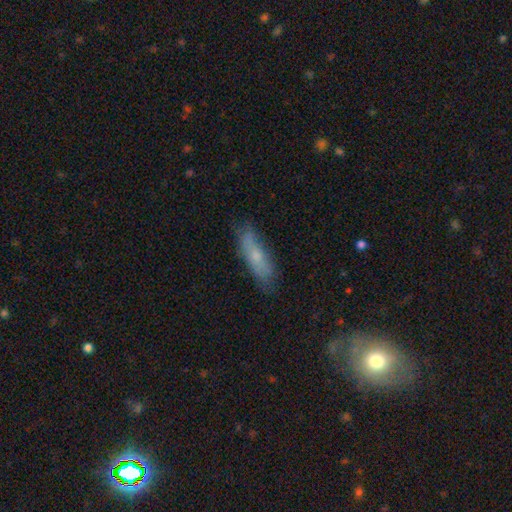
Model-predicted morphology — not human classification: A smooth galaxy with no disk features (62%) that is cigar-shaped (63%).

Vote fractions:
- Smooth or featured? smooth: 62% / featured or disk: 30% / star or artifact: 7%
- How rounded? cigar-shaped: 63% / in between: 35% / round: 2%
- Merging? none: 72% / minor disturbance: 20% / major disturbance: 5% / merger: 2%